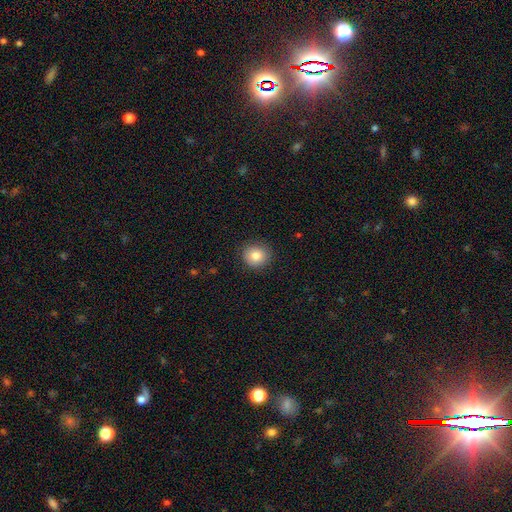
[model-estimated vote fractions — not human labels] Smooth or featured?
  - smooth: 83% *
  - star or artifact: 10%
  - featured or disk: 8%
How rounded?
  - round: 89% *
  - in between: 10%
  - cigar-shaped: 1%
Merging?
  - none: 89% *
  - minor disturbance: 7%
  - major disturbance: 2%
  - merger: 1%